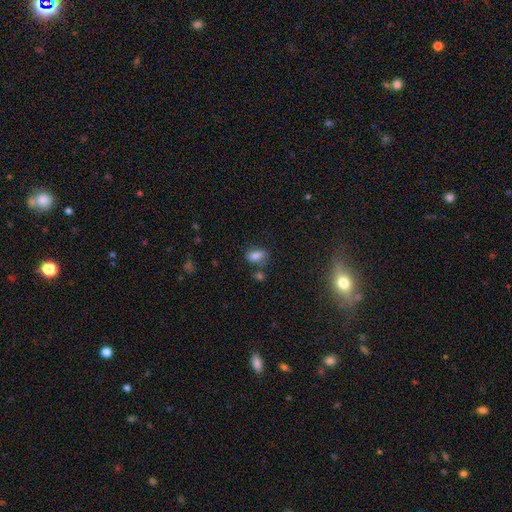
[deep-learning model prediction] A smooth galaxy with no disk features (80%) that is in between round and cigar-shaped (85%).

Vote fractions:
- Smooth or featured? smooth: 80% / star or artifact: 12% / featured or disk: 8%
- How rounded? in between: 85% / round: 9% / cigar-shaped: 6%
- Merging? none: 61% / minor disturbance: 21% / merger: 11% / major disturbance: 7%